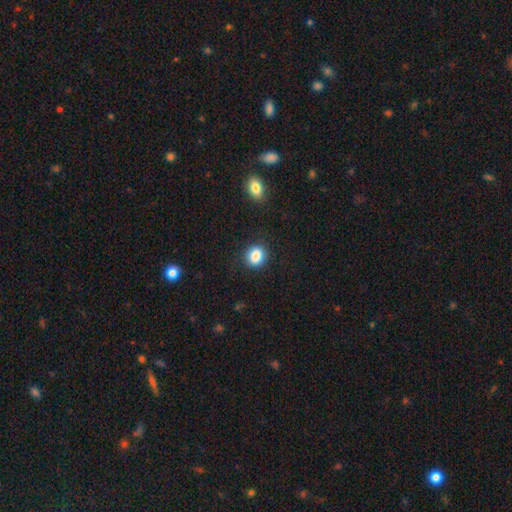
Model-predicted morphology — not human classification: Smooth or featured? smooth (85%)
How rounded? round (65%)
Merging? none (86%)